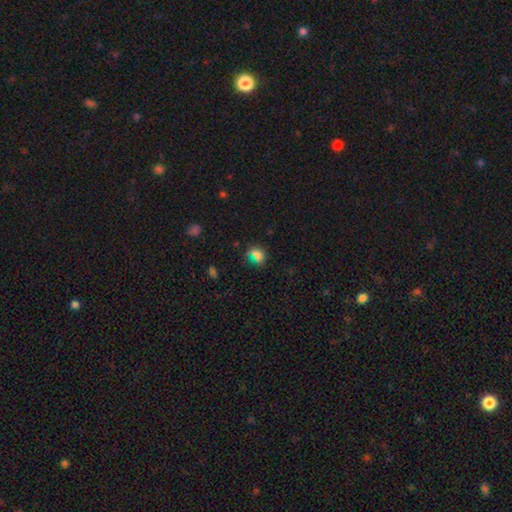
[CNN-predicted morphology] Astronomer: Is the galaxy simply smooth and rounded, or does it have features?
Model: smooth — 70%.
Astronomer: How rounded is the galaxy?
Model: round — 64%.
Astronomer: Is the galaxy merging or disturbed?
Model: none — 67%.